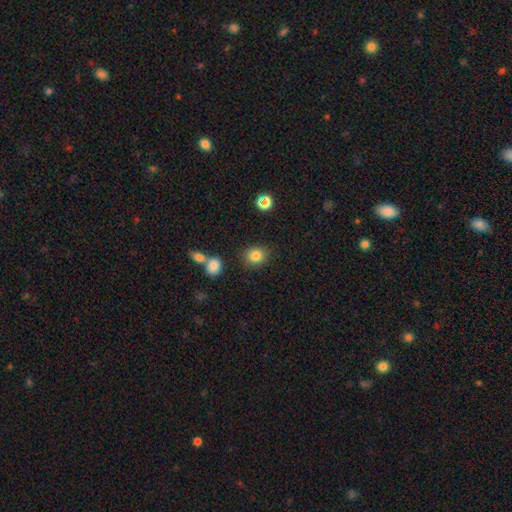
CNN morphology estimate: The model was most divided on "how rounded": round: 74%, in between: 25%, cigar-shaped: 1%. More confident: merging — none (83%); smooth or featured — smooth (82%).